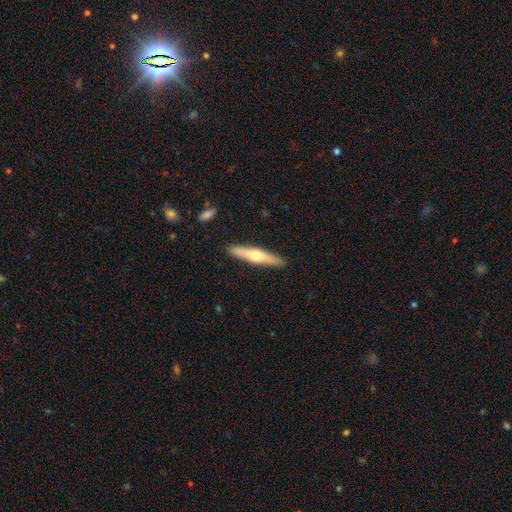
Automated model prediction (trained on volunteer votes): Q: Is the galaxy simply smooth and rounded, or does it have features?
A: featured or disk — 52%.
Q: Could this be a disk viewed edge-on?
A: yes — 91%.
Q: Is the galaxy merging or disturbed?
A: none — 90%.